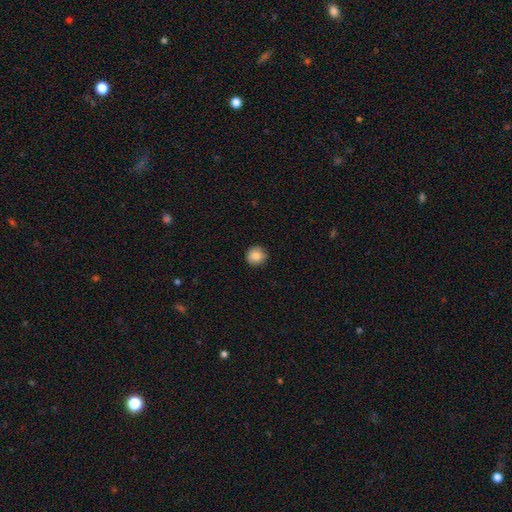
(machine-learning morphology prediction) This appears to be a smooth galaxy with no disk features (86%) that is round (92%). Merging: none (88%).